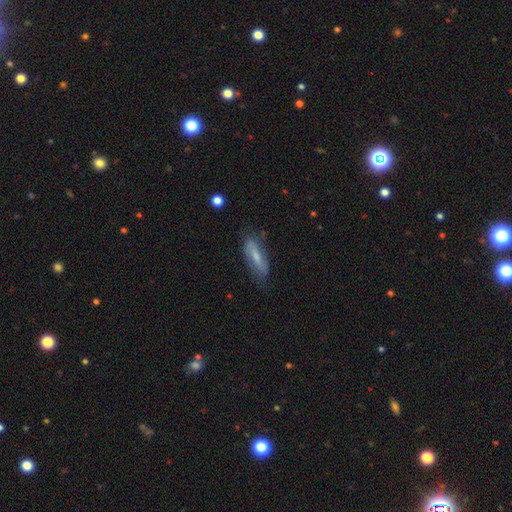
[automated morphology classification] type=smooth (49%); merging=none (67%).